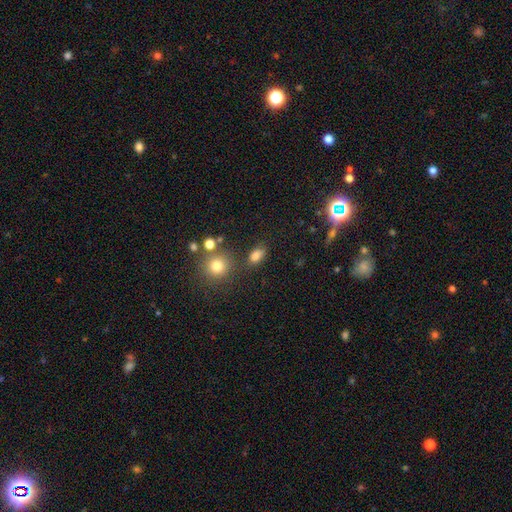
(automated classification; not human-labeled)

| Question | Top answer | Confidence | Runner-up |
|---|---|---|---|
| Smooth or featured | smooth | 80% | star or artifact (14%) |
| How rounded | in between | 80% | round (17%) |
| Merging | none | 72% | minor disturbance (14%) |